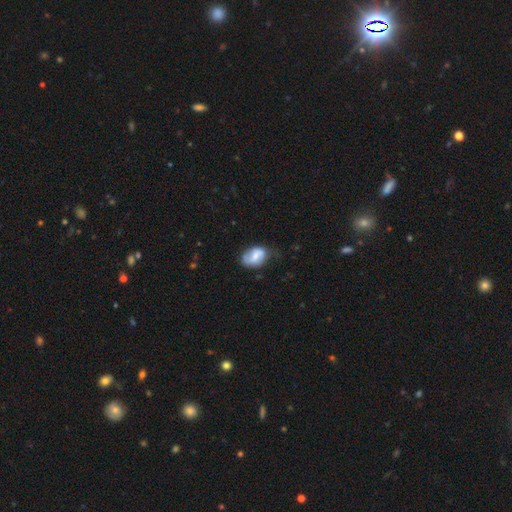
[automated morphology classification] smooth_or_featured: smooth (p=0.48) [alt: featured or disk p=0.45]
merging: none (p=0.53) [alt: minor disturbance p=0.32]